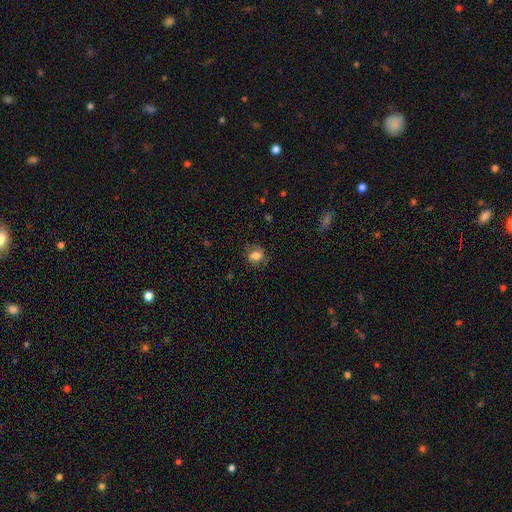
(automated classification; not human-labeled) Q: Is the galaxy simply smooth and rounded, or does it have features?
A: smooth — 71%.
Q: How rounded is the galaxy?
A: round — 51%.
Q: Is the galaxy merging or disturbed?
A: none — 73%.